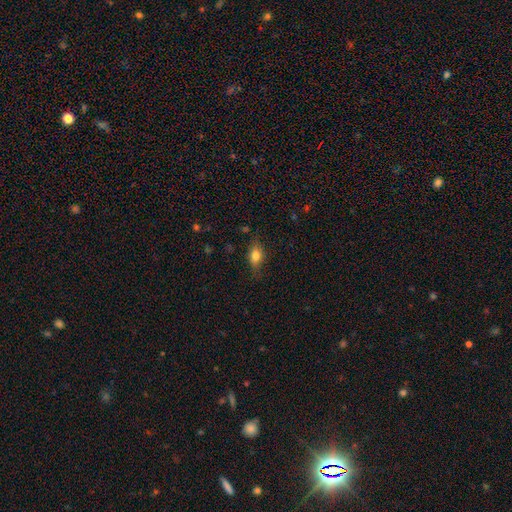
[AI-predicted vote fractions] A smooth galaxy with no disk features (74%) that is in between round and cigar-shaped (77%). Merging: none (76%).